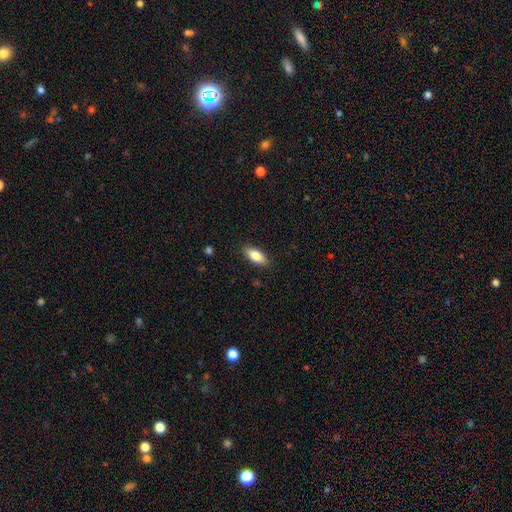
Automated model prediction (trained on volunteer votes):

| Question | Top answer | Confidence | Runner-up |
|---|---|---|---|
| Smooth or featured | smooth | 82% | featured or disk (12%) |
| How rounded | in between | 84% | cigar-shaped (13%) |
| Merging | none | 88% | minor disturbance (9%) |